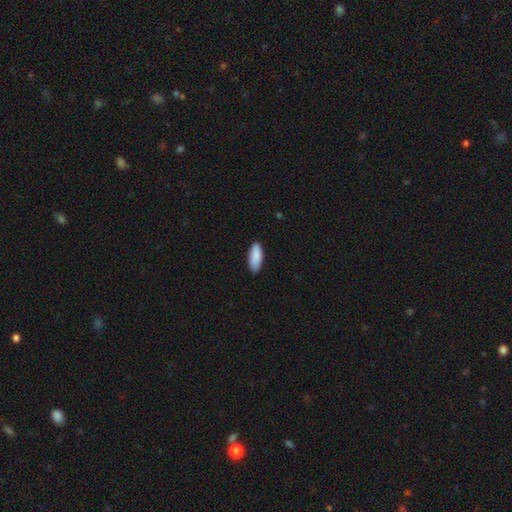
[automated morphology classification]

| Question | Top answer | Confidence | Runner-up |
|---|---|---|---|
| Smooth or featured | smooth | 89% | star or artifact (6%) |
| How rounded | in between | 76% | cigar-shaped (22%) |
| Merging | none | 84% | minor disturbance (14%) |